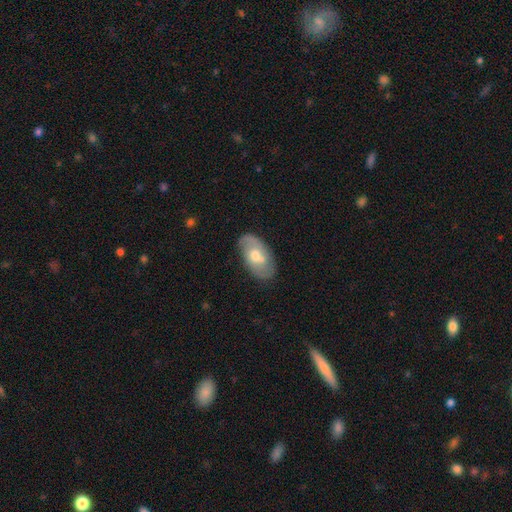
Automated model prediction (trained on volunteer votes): Smooth or featured?
  - featured or disk: 54% *
  - smooth: 40%
  - star or artifact: 6%
Edge-on disk?
  - no: 92% *
  - yes: 8%
Merging?
  - none: 74% *
  - minor disturbance: 18%
  - major disturbance: 5%
  - merger: 3%